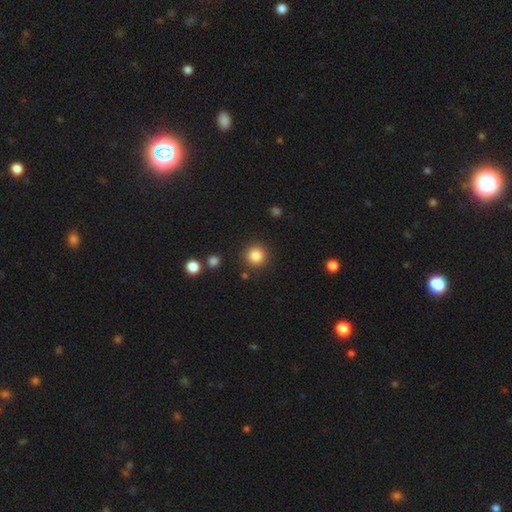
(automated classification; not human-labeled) A smooth galaxy with no disk features (85%) that is round (94%).

Vote fractions:
- Smooth or featured? smooth: 85% / star or artifact: 10% / featured or disk: 4%
- How rounded? round: 94% / in between: 5% / cigar-shaped: 1%
- Merging? none: 88% / minor disturbance: 6% / major disturbance: 3% / merger: 3%